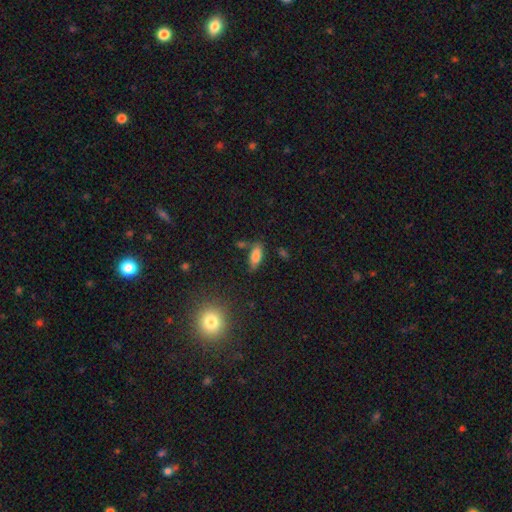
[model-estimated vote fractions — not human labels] smooth 81%, featured or disk 10%, star or artifact 9%. Down the decision tree: how rounded — in between (79%); merging — none (68%).